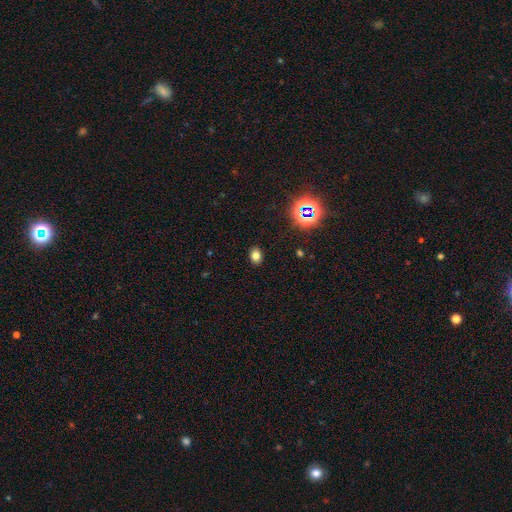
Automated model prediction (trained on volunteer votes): This is likely a smooth galaxy (76%). How rounded: likely in between (65%). Merging: clearly none (89%).